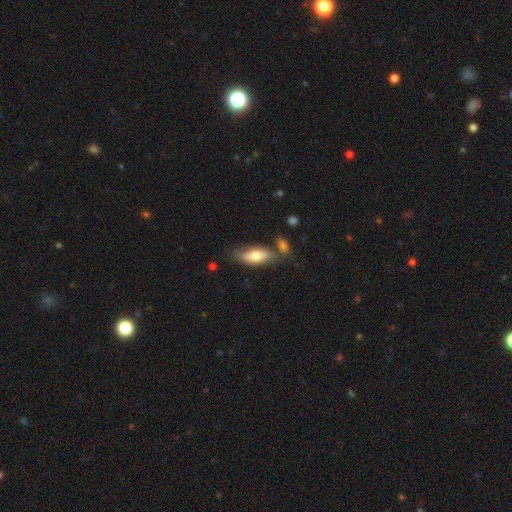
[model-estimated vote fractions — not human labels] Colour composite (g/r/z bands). It shows a smooth galaxy with no disk features (72%) that is in between round and cigar-shaped (72%). Merging: none (64%).